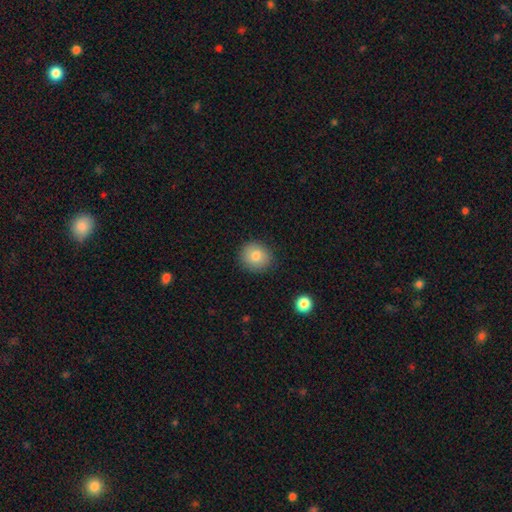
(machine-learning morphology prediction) Smooth or featured: smooth — 82% (featured or disk — 9%)
How rounded: round — 85% (in between — 14%)
Merging: none — 88% (minor disturbance — 8%)